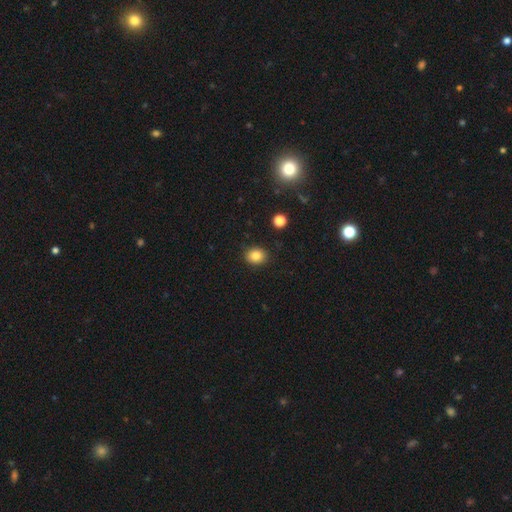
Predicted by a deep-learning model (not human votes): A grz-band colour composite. It shows a smooth galaxy with no disk features (84%) that is round (65%). Merging: none (89%).